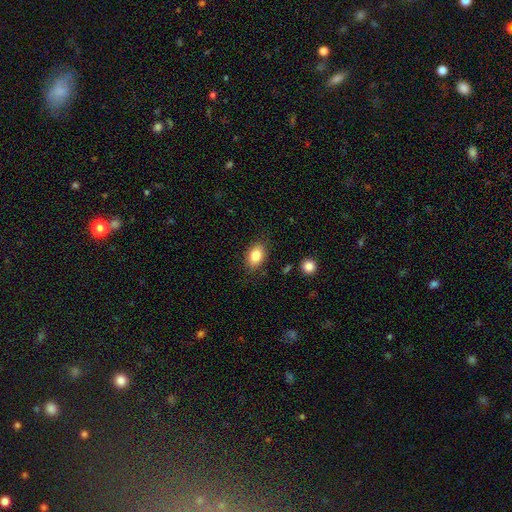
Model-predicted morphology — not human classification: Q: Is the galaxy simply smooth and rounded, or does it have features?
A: smooth — 83%.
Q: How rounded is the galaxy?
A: in between — 83%.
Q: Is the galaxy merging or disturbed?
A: none — 84%.